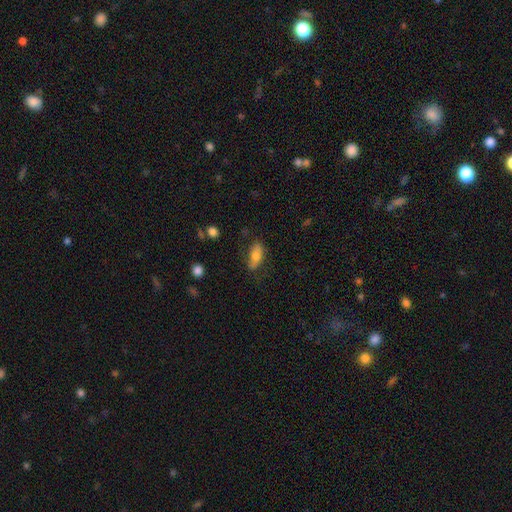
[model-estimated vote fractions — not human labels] smooth 68%, featured or disk 25%, star or artifact 7%. Down the decision tree: how rounded — in between (79%); merging — none (72%).